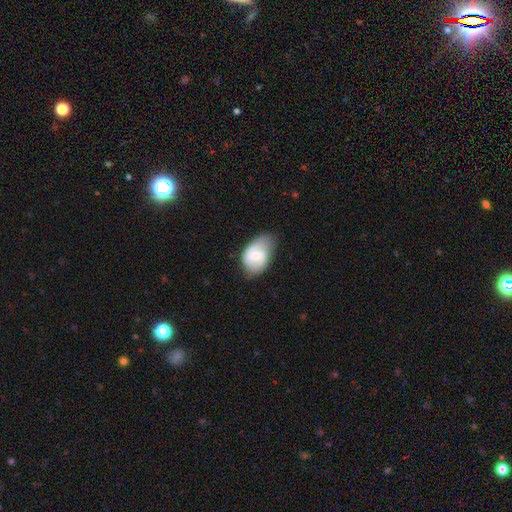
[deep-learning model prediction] smooth-or-featured: featured or disk: 47% | smooth: 46% | star or artifact: 6%
  merging: none: 52% | minor disturbance: 36% | major disturbance: 10% | merger: 2%